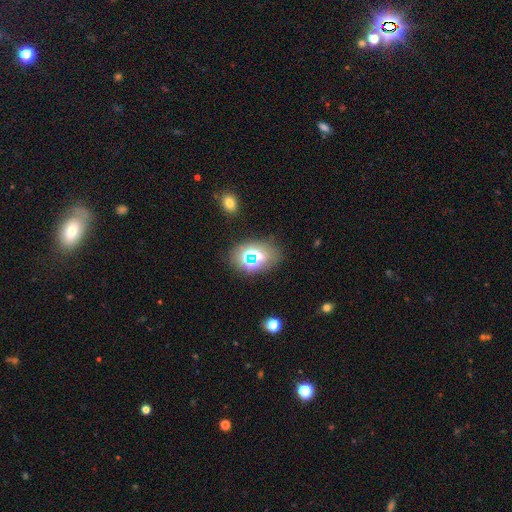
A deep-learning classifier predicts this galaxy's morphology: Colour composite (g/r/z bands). It shows a smooth galaxy with no disk features (48%). Merging: none (74%).